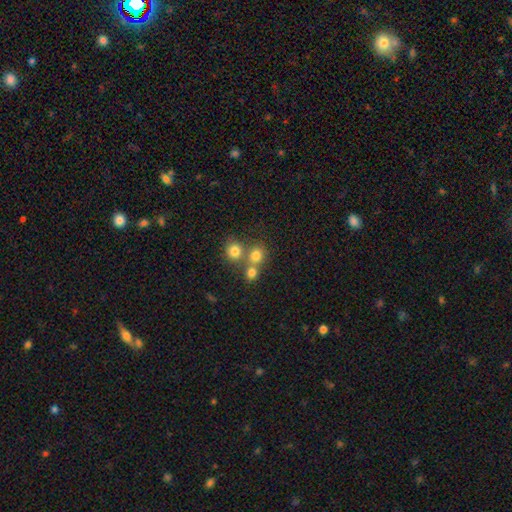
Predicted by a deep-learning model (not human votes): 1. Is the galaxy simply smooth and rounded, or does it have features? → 76% smooth, 14% star or artifact, 10% featured or disk.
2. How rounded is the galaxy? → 81% round, 18% in between, 1% cigar-shaped.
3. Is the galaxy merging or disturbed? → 50% none, 40% merger, 7% minor disturbance, 3% major disturbance.